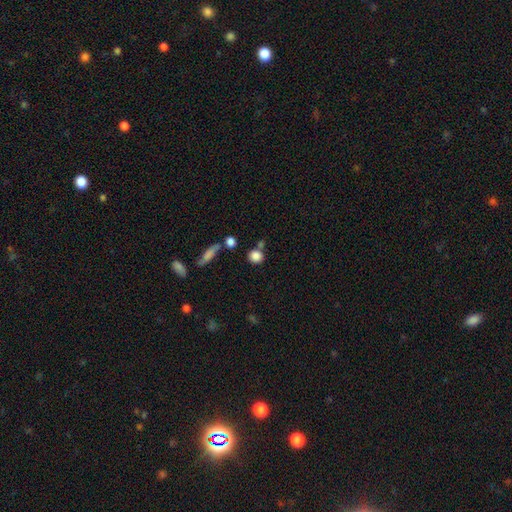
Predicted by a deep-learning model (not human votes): smooth 84%, star or artifact 10%, featured or disk 6%. Down the decision tree: how rounded — round (80%); merging — none (67%).